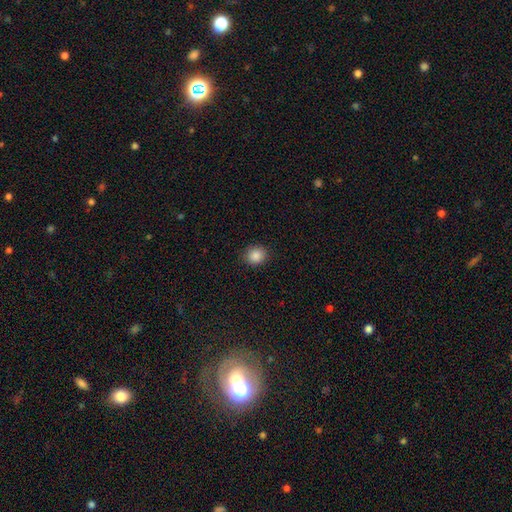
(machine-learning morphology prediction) This is clearly a smooth galaxy (87%). How rounded: likely round (78%). Merging: clearly none (89%).